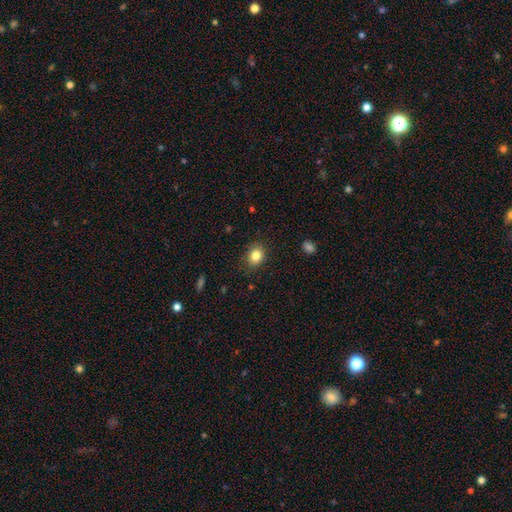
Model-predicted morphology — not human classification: Smooth or featured? smooth (83%)
How rounded? in between (51%)
Merging? none (83%)